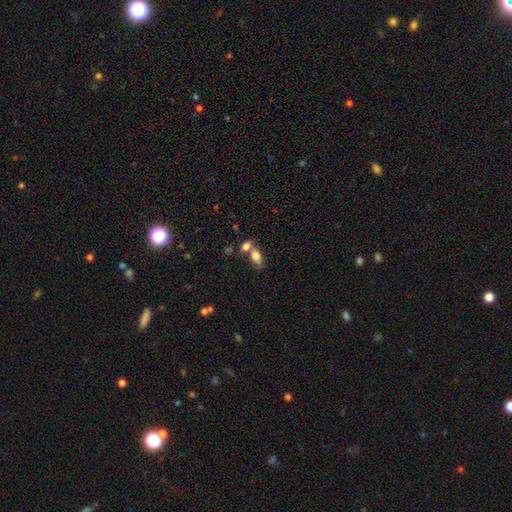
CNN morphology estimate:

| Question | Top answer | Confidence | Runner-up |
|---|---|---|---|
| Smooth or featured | smooth | 77% | featured or disk (14%) |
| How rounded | in between | 85% | round (10%) |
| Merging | merger | 49% | none (35%) |